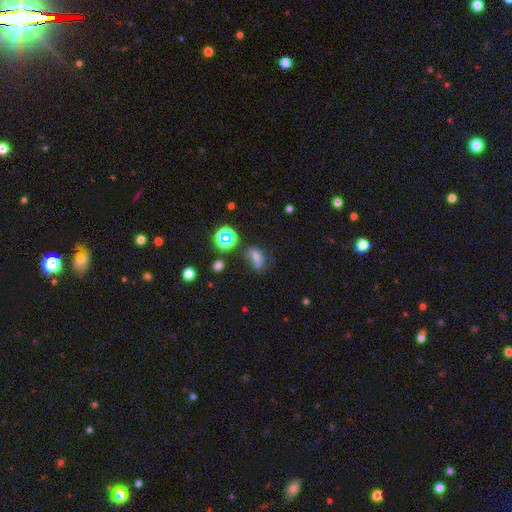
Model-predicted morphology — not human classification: Overall: smooth (65%). How rounded: in between (74%). Merging: none (45%; minor disturbance 26%).